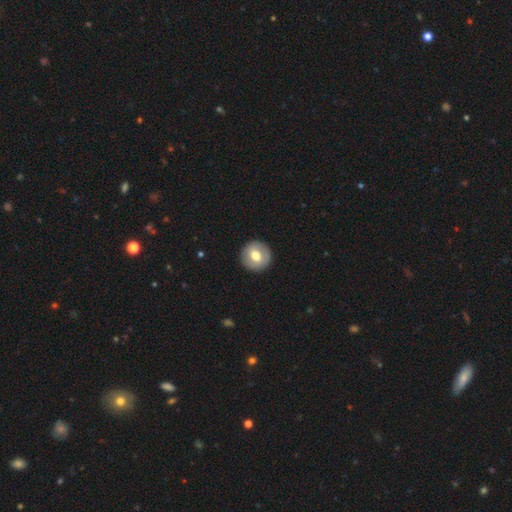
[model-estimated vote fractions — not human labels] smooth_or_featured: smooth (p=0.65) [alt: featured or disk p=0.28]
how_rounded: round (p=0.93) [alt: in between p=0.06]
merging: none (p=0.91) [alt: minor disturbance p=0.06]